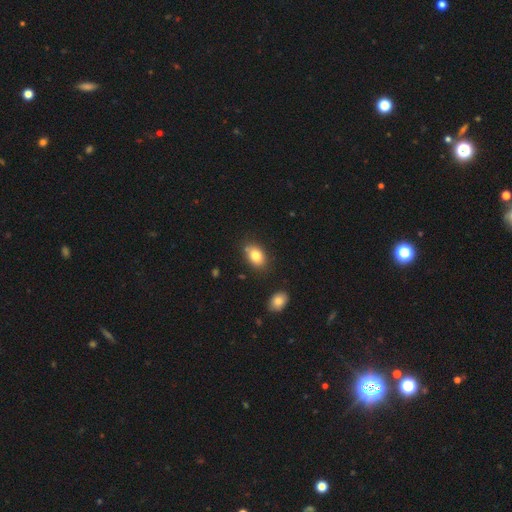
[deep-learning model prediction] Morphology: type=smooth (81%); roundness=in between (82%); merging=none (76%).